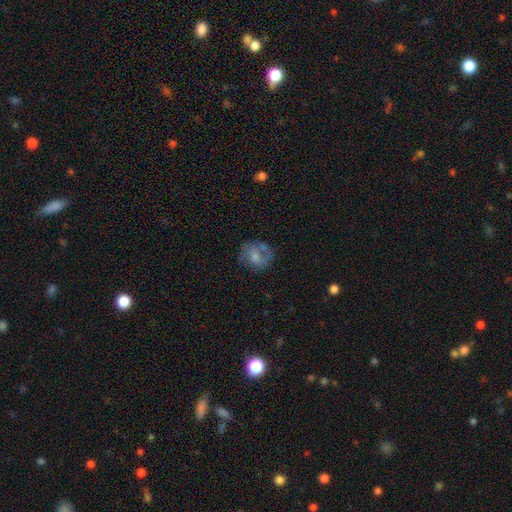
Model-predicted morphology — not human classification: smooth-or-featured: featured or disk: 51% | smooth: 41% | star or artifact: 8%
  disk-edge-on: no: 97% | yes: 3%
    bar: no: 57% | weak: 36% | strong: 7%
    has-spiral-arms: yes: 73% | no: 27%
    bulge-size: moderate: 43% | small: 33% | none: 15% | large: 8% | dominant: 1%
  merging: none: 58% | minor disturbance: 23% | major disturbance: 16% | merger: 3%